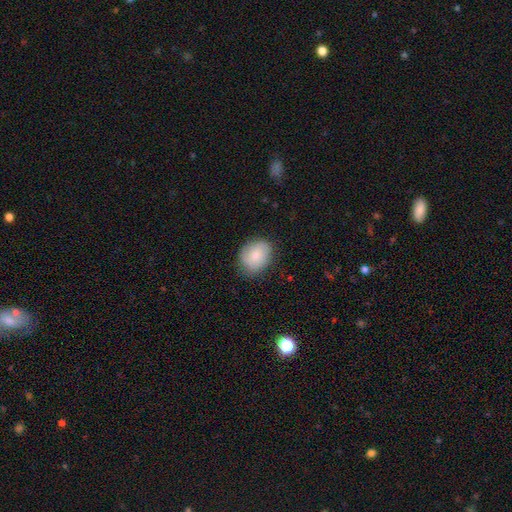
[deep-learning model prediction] The model was most divided on "how rounded": in between: 53%, round: 47%, cigar-shaped: 1%. More confident: merging — none (77%); smooth or featured — smooth (76%).